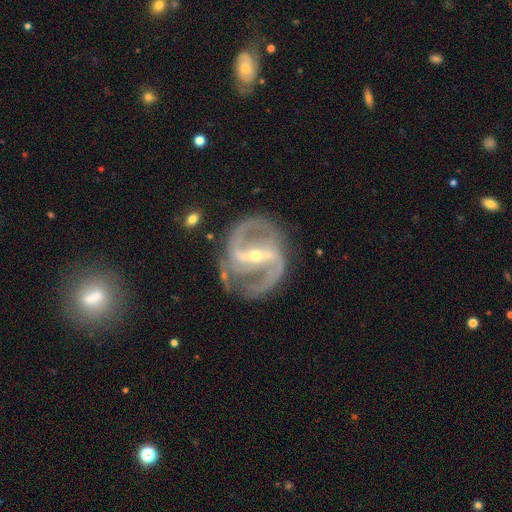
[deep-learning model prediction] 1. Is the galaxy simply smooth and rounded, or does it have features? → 92% featured or disk, 5% star or artifact, 3% smooth.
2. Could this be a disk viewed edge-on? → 97% no, 3% yes.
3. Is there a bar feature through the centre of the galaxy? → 72% strong, 21% weak, 8% no.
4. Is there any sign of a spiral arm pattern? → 98% yes, 2% no.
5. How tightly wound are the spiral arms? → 58% medium, 22% tight, 19% loose.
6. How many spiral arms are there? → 88% 2, 5% 3, 3% can't tell, 2% 1, 2% 4, 2% more than 4.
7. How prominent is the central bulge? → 69% small, 28% moderate, 1% large, 1% none, 1% dominant.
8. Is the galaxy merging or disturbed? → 72% none, 16% minor disturbance, 9% major disturbance, 2% merger.